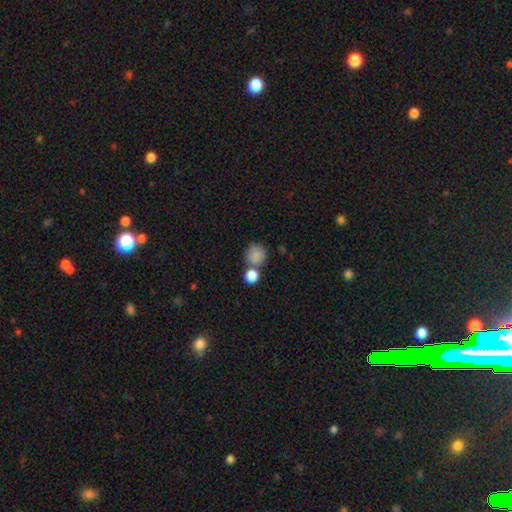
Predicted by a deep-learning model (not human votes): Smooth or featured?
  - smooth: 85% *
  - star or artifact: 9%
  - featured or disk: 6%
How rounded?
  - round: 85% *
  - in between: 14%
  - cigar-shaped: 1%
Merging?
  - none: 58% *
  - merger: 28%
  - minor disturbance: 11%
  - major disturbance: 4%